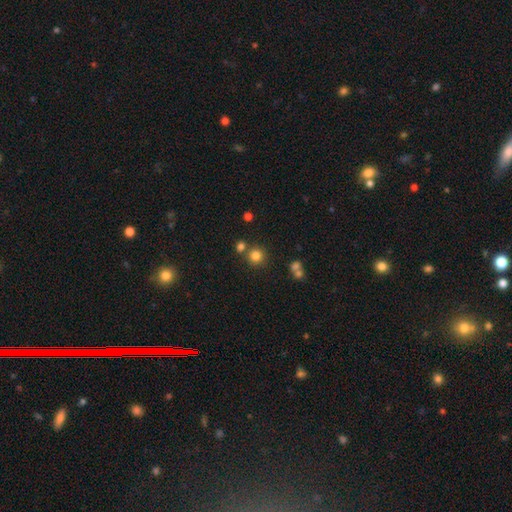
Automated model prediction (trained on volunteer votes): The model was most divided on "merging": none: 74%, merger: 15%, minor disturbance: 8%, major disturbance: 3%. More confident: how rounded — round (92%); smooth or featured — smooth (80%).